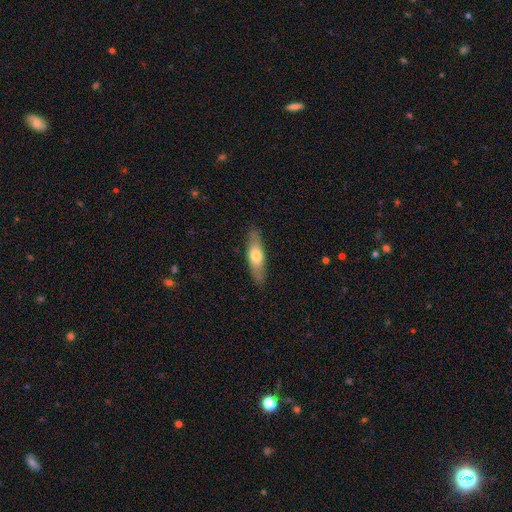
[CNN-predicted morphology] type=smooth (61%); roundness=cigar-shaped (52%); merging=none (84%).